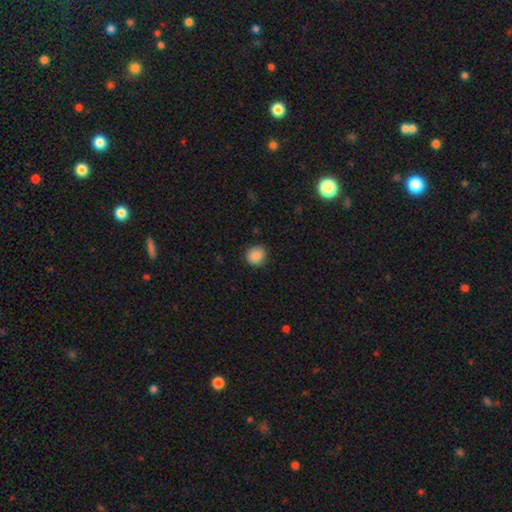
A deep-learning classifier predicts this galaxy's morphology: Q: Smooth or featured?
A: smooth (88%); runner-up: star or artifact (9%)
Q: How rounded?
A: round (87%); runner-up: in between (12%)
Q: Merging?
A: none (87%); runner-up: minor disturbance (10%)